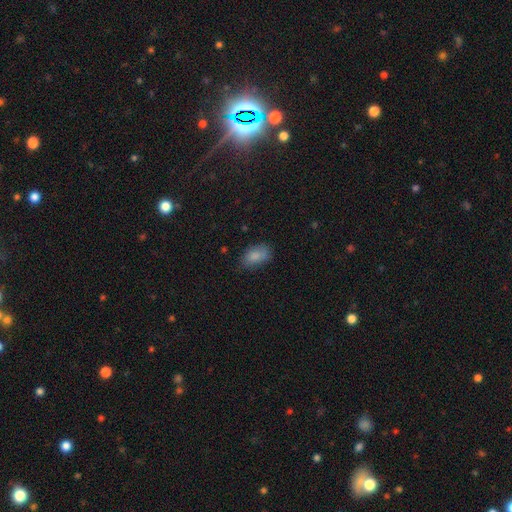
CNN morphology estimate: Smooth or featured: smooth — 85% (star or artifact — 8%)
How rounded: in between — 91% (round — 6%)
Merging: none — 68% (minor disturbance — 24%)